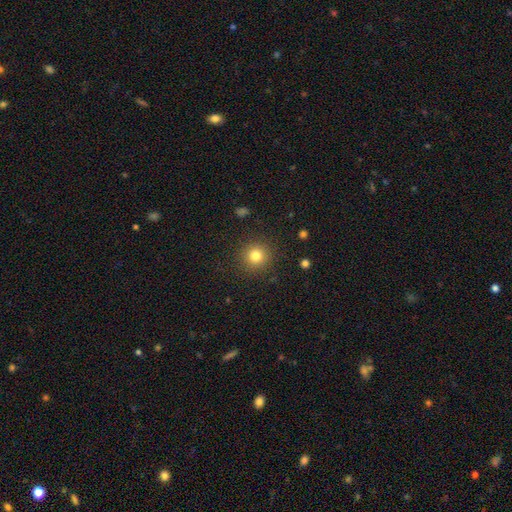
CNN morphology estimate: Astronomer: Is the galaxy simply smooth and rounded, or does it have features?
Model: smooth — 80%.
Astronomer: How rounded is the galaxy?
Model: round — 93%.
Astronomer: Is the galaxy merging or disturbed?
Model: none — 90%.